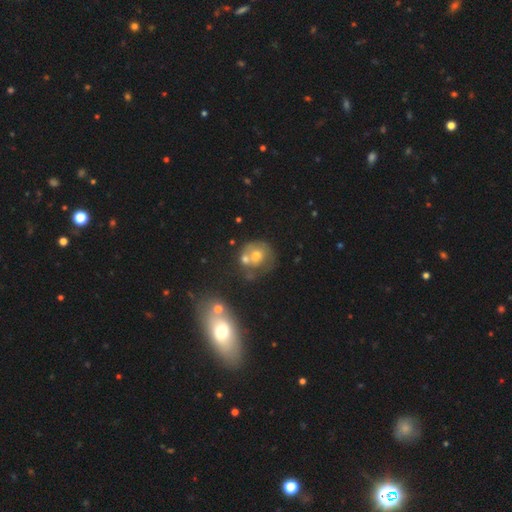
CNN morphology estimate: Smooth or featured?
  - smooth: 46% *
  - featured or disk: 41%
  - star or artifact: 13%
Merging?
  - none: 41% *
  - merger: 33%
  - minor disturbance: 15%
  - major disturbance: 11%